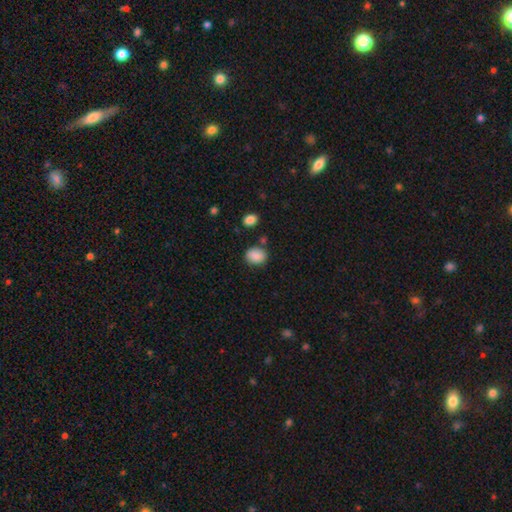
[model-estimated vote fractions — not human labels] This is clearly a smooth galaxy (87%). How rounded: possibly round (52%). Merging: likely none (76%).